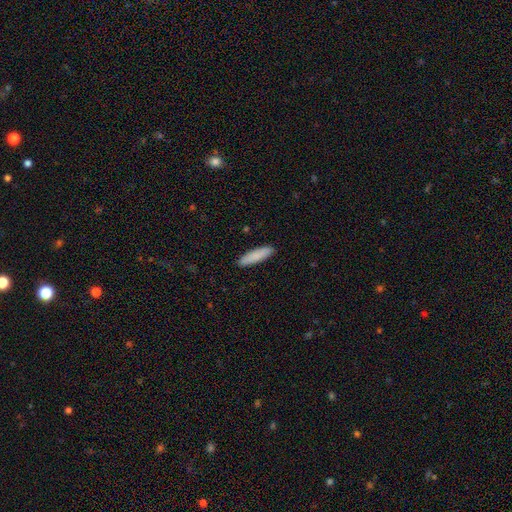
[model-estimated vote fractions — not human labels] This appears to be a smooth galaxy with no disk features (87%) that is cigar-shaped (72%). Merging: none (91%).